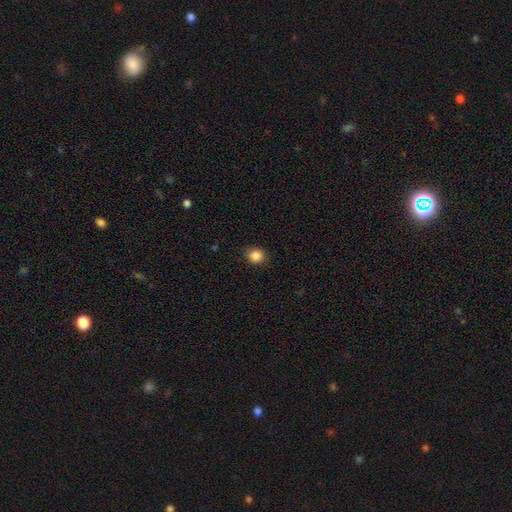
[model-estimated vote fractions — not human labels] Morphology: type=smooth (86%); roundness=round (78%); merging=none (87%).